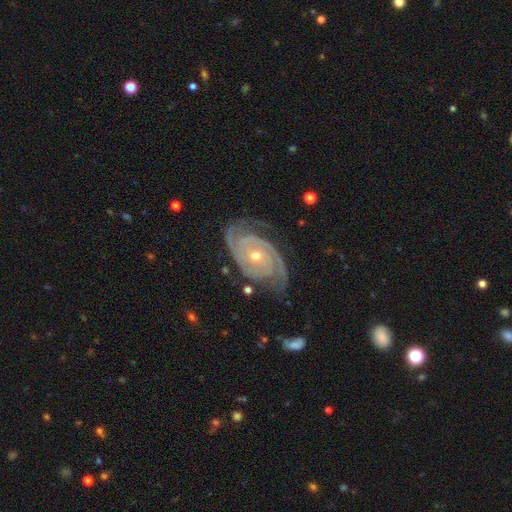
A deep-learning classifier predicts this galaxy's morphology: Overall: featured or disk (93%). Edge-on disk: no (97%). Bar: no (75%). Spiral arms: yes (98%). Spiral arm count: 2 (54%; 3 24%). Spiral winding: tight (74%). Bulge size: small (53%; moderate 44%). Merging: none (75%).